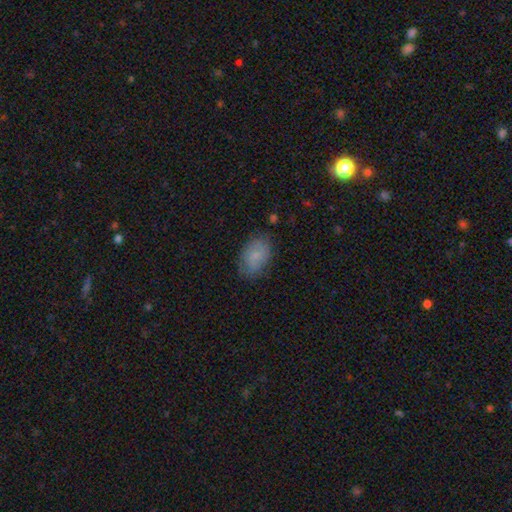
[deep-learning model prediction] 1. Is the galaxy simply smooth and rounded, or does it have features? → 76% smooth, 16% featured or disk, 8% star or artifact.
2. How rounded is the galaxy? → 88% in between, 10% round, 1% cigar-shaped.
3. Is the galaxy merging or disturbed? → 77% none, 18% minor disturbance, 4% major disturbance, 1% merger.